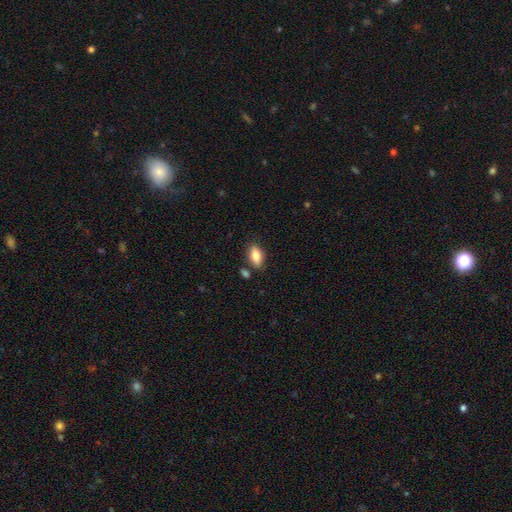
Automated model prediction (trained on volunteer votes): Smooth or featured: smooth — 82% (featured or disk — 11%)
How rounded: in between — 90% (cigar-shaped — 6%)
Merging: none — 80% (minor disturbance — 12%)